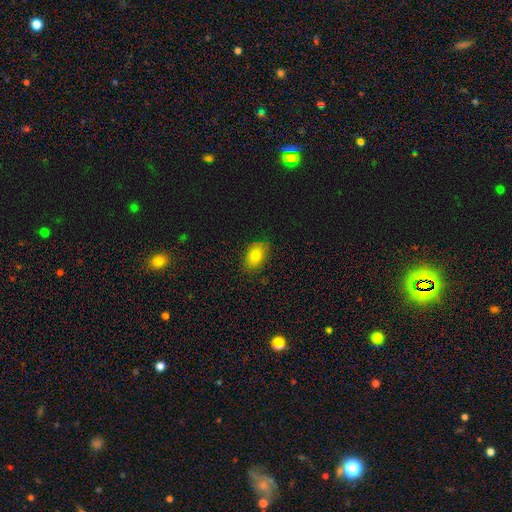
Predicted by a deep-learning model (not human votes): The model was most divided on "merging": none: 80%, minor disturbance: 16%, major disturbance: 3%, merger: 1%. More confident: how rounded — in between (82%); smooth or featured — smooth (80%).